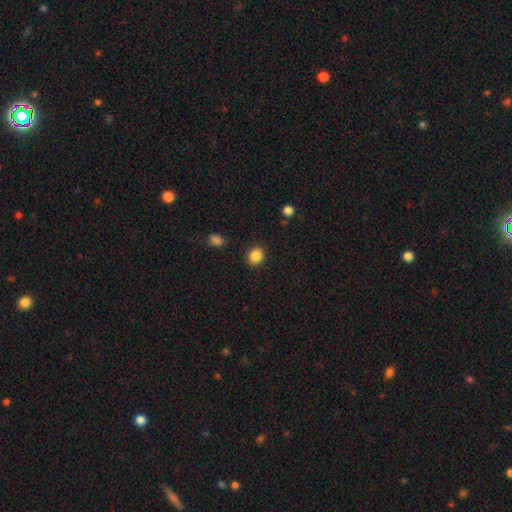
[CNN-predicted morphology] This is clearly a smooth galaxy (87%). How rounded: likely round (71%). Merging: clearly none (89%).